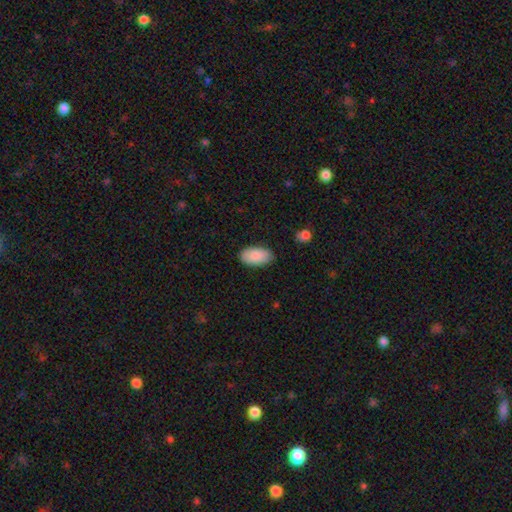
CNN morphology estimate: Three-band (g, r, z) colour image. It shows a smooth galaxy with no disk features (87%) that is in between round and cigar-shaped (95%). Merging: none (84%).